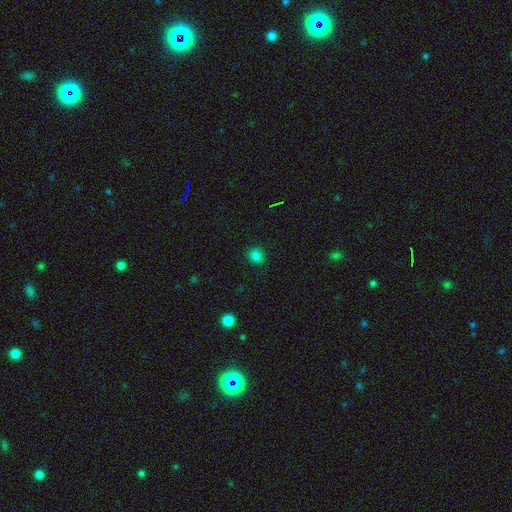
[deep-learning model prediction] Q: Smooth or featured?
A: smooth (81%); runner-up: star or artifact (14%)
Q: How rounded?
A: round (80%); runner-up: in between (20%)
Q: Merging?
A: none (89%); runner-up: minor disturbance (8%)